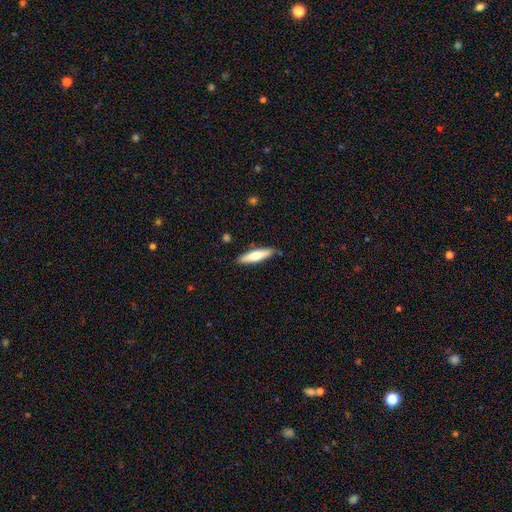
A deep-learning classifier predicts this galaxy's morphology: Q: Smooth or featured?
A: smooth (66%); runner-up: featured or disk (29%)
Q: How rounded?
A: cigar-shaped (75%); runner-up: in between (24%)
Q: Merging?
A: none (85%); runner-up: minor disturbance (11%)